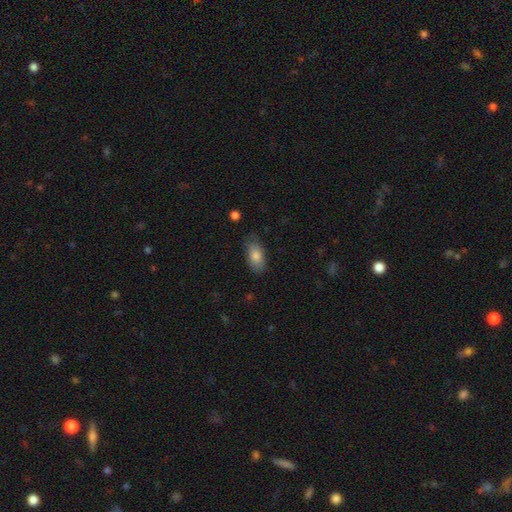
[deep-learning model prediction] Smooth or featured?
  - smooth: 82% *
  - featured or disk: 11%
  - star or artifact: 7%
How rounded?
  - in between: 90% *
  - cigar-shaped: 6%
  - round: 4%
Merging?
  - none: 77% *
  - minor disturbance: 18%
  - major disturbance: 3%
  - merger: 1%